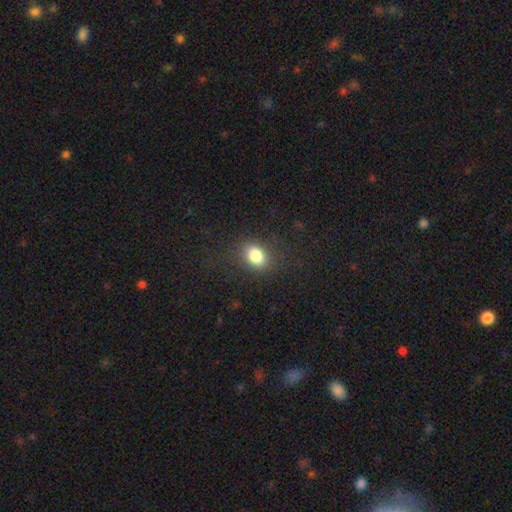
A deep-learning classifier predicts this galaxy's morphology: A smooth galaxy with no disk features (82%) that is in between round and cigar-shaped (61%). Merging: none (82%).